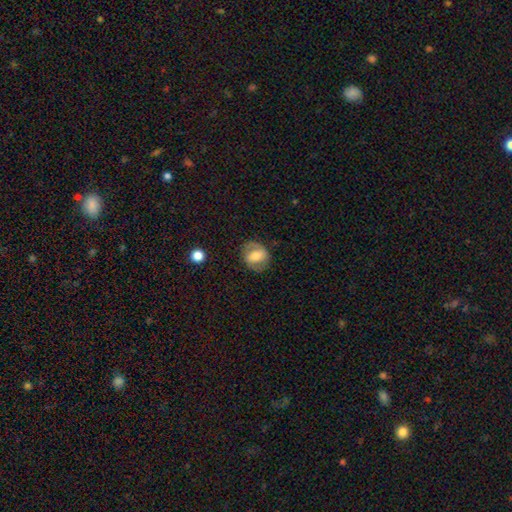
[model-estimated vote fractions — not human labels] A featured or disk galaxy (49%). Merging: none (77%).